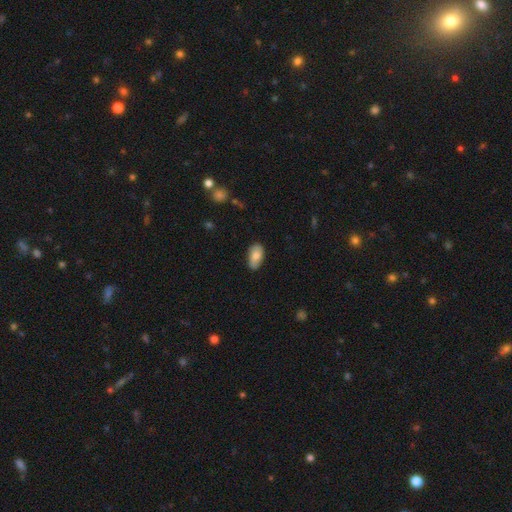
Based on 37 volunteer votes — This appears to be a smooth galaxy with no disk features (73%) that is in between round and cigar-shaped (93%). Merging: none (75%).